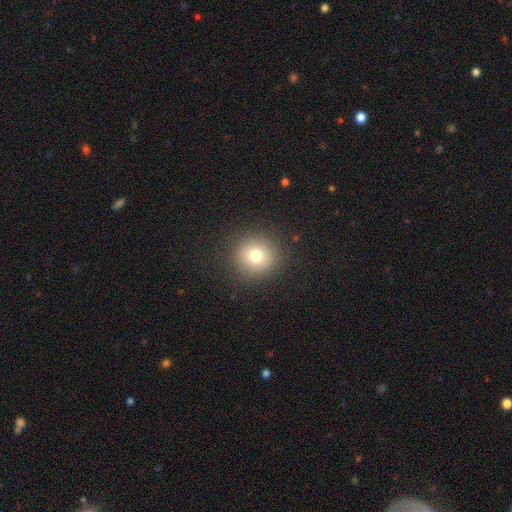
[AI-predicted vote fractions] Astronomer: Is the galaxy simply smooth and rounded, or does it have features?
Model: smooth — 76%.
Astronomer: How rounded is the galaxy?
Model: round — 93%.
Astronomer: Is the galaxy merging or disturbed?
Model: none — 89%.